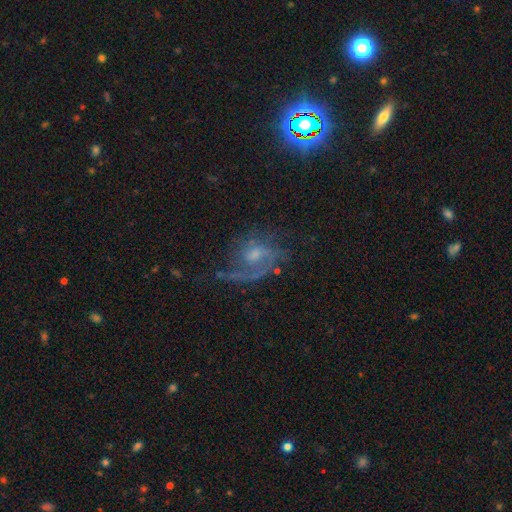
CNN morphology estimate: featured or disk 76%, smooth 14%, star or artifact 10%. Down the decision tree: edge-on disk — no (97%); bar — no (55%); spiral arms — yes (87%); spiral arm count — 1 (48%); spiral winding — medium (43%); bulge size — moderate (45%); merging — none (47%).